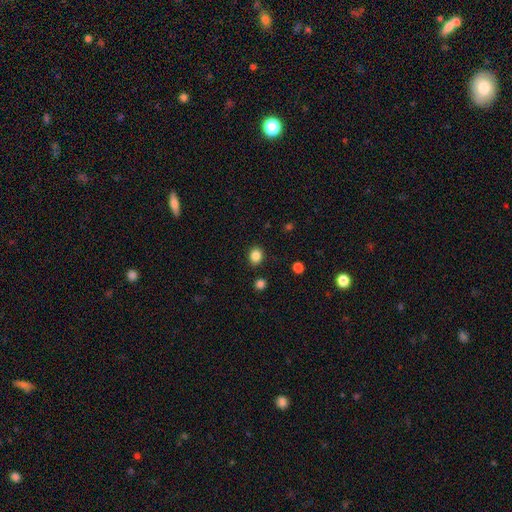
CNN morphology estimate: Q: Smooth or featured?
A: smooth (85%); runner-up: star or artifact (11%)
Q: How rounded?
A: round (63%); runner-up: in between (37%)
Q: Merging?
A: none (88%); runner-up: minor disturbance (8%)